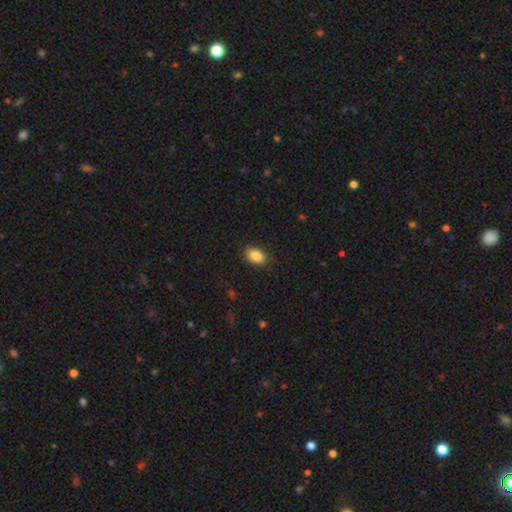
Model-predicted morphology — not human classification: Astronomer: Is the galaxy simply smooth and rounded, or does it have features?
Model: smooth — 87%.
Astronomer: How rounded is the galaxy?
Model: in between — 83%.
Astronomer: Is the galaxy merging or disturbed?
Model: none — 87%.